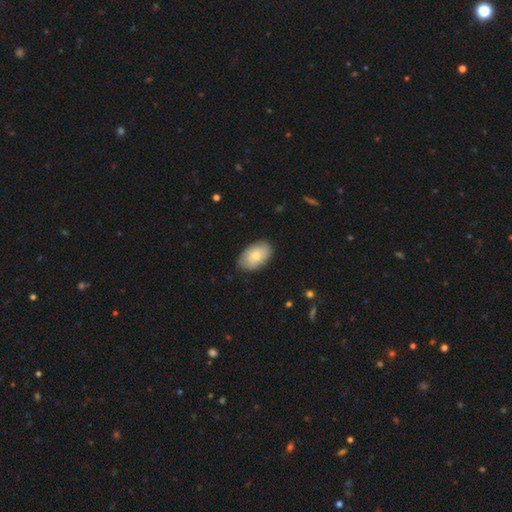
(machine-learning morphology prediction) Smooth or featured?
  - smooth: 78% *
  - featured or disk: 17%
  - star or artifact: 5%
How rounded?
  - in between: 93% *
  - round: 6%
  - cigar-shaped: 1%
Merging?
  - none: 82% *
  - minor disturbance: 14%
  - major disturbance: 2%
  - merger: 1%